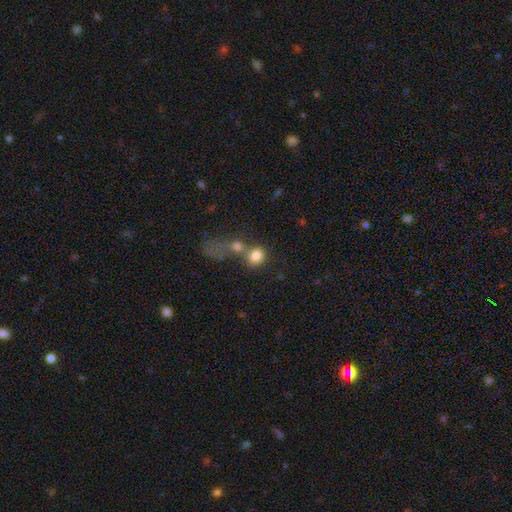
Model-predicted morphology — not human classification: smooth_or_featured: smooth (p=0.79) [alt: featured or disk p=0.11]
how_rounded: round (p=0.68) [alt: in between p=0.30]
merging: merger (p=0.48) [alt: none p=0.34]